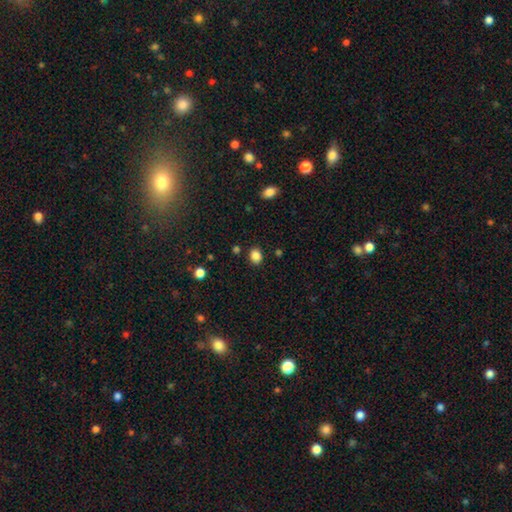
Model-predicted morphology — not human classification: Q: Smooth or featured?
A: smooth (86%); runner-up: star or artifact (11%)
Q: How rounded?
A: in between (53%); runner-up: round (46%)
Q: Merging?
A: none (84%); runner-up: minor disturbance (10%)